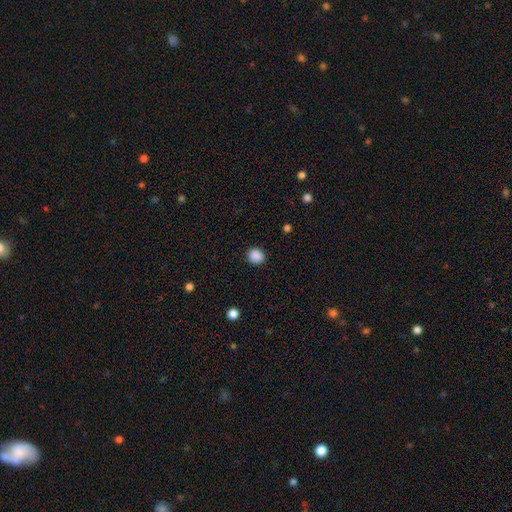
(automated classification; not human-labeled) Morphology: type=smooth (88%); roundness=round (79%); merging=none (90%).